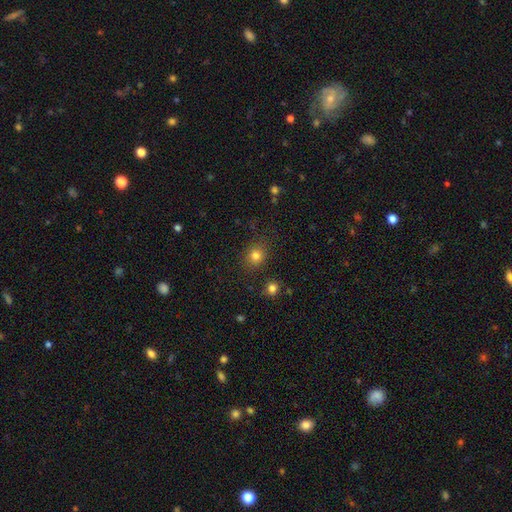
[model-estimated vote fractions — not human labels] This is clearly a smooth galaxy (80%). How rounded: likely round (80%). Merging: clearly none (84%).